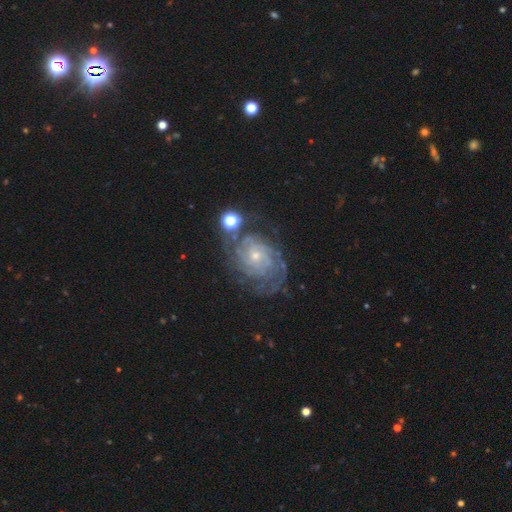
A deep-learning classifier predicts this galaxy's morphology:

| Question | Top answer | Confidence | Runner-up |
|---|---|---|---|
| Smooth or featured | featured or disk | 85% | star or artifact (8%) |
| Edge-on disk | no | 97% | yes (3%) |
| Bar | no | 77% | weak (19%) |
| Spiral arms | yes | 96% | no (4%) |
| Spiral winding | tight | 76% | medium (19%) |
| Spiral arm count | can't tell | 35% | 2 (17%) |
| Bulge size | small | 77% | moderate (19%) |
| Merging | none | 64% | minor disturbance (19%) |